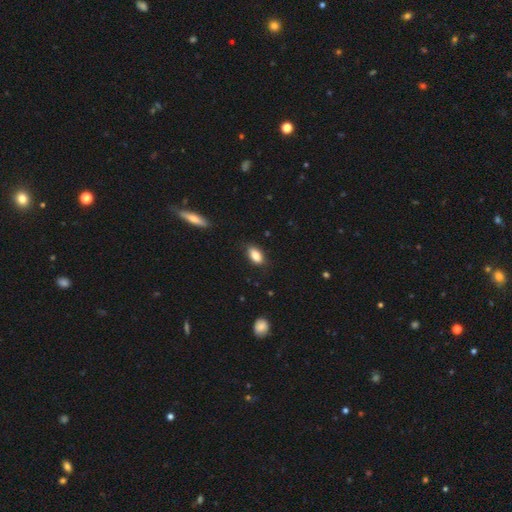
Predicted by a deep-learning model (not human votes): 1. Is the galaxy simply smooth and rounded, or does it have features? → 83% smooth, 9% featured or disk, 8% star or artifact.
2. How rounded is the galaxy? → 89% in between, 7% cigar-shaped, 5% round.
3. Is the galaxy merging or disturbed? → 82% none, 14% minor disturbance, 3% major disturbance, 1% merger.